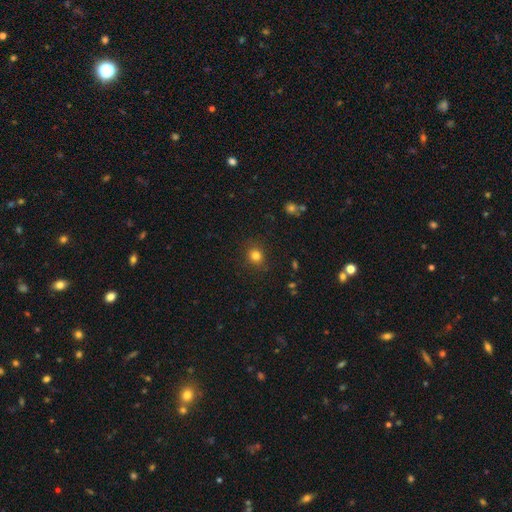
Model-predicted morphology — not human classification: smooth-or-featured: smooth: 81% | star or artifact: 13% | featured or disk: 6%
  how-rounded: round: 80% | in between: 19% | cigar-shaped: 1%
  merging: none: 86% | minor disturbance: 9% | major disturbance: 3% | merger: 1%